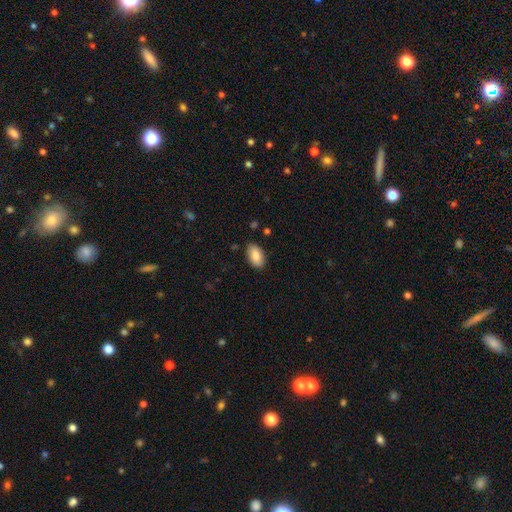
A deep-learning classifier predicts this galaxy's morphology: Q: Smooth or featured?
A: smooth (84%); runner-up: featured or disk (9%)
Q: How rounded?
A: in between (94%); runner-up: round (4%)
Q: Merging?
A: none (86%); runner-up: minor disturbance (11%)